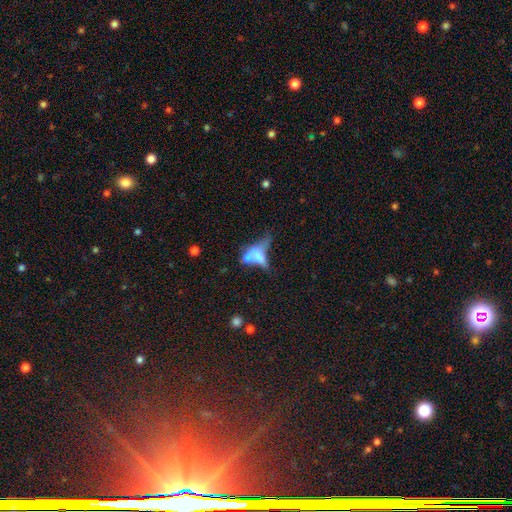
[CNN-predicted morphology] The model was most divided on "smooth or featured": smooth: 48%, featured or disk: 40%, star or artifact: 12%. More confident: merging — merger (53%).